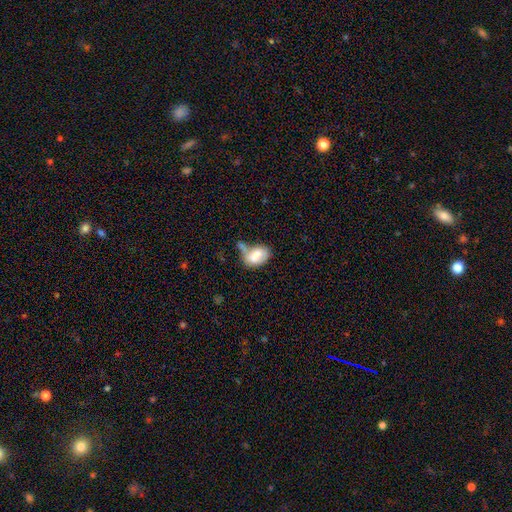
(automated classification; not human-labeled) Overall: smooth (72%). How rounded: in between (85%). Merging: none (29%; merger 27%).